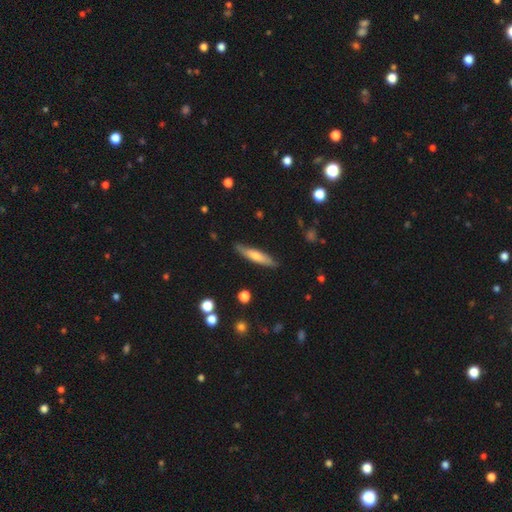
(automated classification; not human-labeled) A smooth galaxy with no disk features (58%) that is cigar-shaped (85%).

Vote fractions:
- Smooth or featured? smooth: 58% / featured or disk: 36% / star or artifact: 6%
- How rounded? cigar-shaped: 85% / in between: 14% / round: 2%
- Merging? none: 85% / minor disturbance: 11% / major disturbance: 2% / merger: 1%